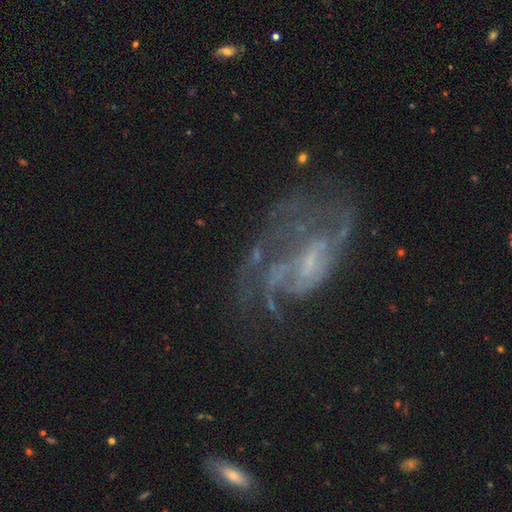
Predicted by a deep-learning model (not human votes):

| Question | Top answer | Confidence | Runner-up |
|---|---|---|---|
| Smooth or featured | featured or disk | 80% | star or artifact (11%) |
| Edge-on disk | no | 96% | yes (4%) |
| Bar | no | 46% | weak (41%) |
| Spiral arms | yes | 81% | no (19%) |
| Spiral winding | medium | 41% | loose (30%) |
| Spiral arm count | can't tell | 35% | 2 (24%) |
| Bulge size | small | 46% | none (36%) |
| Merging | none | 43% | major disturbance (36%) |